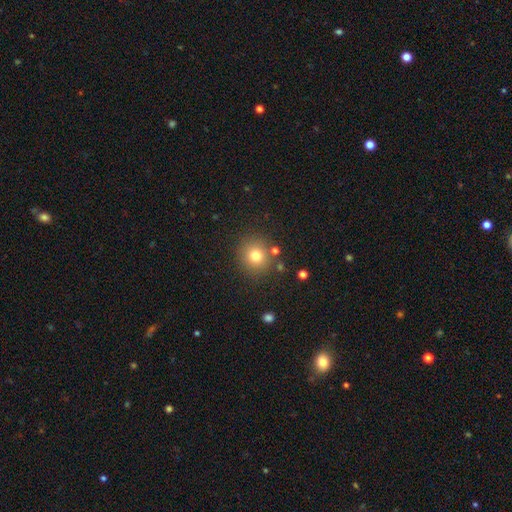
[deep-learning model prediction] Smooth or featured? Predicted: smooth (p=0.77). How rounded? Predicted: round (p=0.90). Merging? Predicted: none (p=0.85).